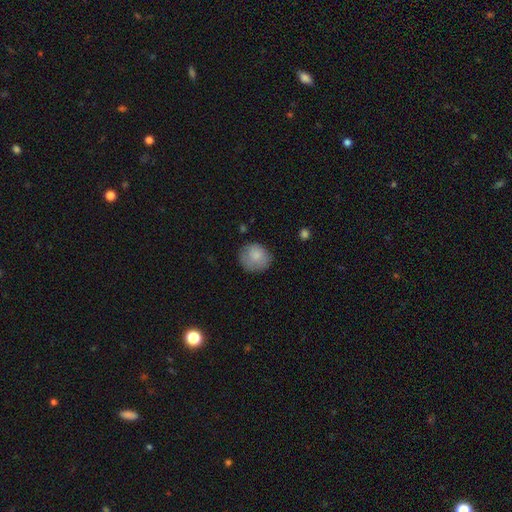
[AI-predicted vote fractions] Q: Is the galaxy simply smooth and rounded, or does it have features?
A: smooth — 84%.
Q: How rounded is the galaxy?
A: round — 77%.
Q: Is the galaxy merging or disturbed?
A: none — 72%.